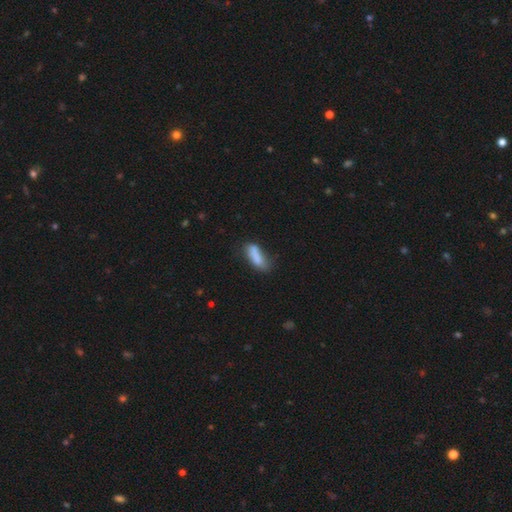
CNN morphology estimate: A smooth galaxy with no disk features (80%) that is in between round and cigar-shaped (60%). Merging: none (47%).